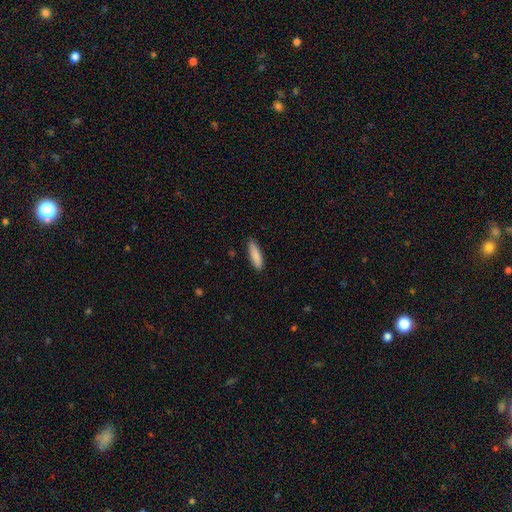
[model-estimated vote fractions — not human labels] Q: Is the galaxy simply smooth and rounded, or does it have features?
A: smooth — 87%.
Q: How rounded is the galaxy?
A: cigar-shaped — 61%.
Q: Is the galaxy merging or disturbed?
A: none — 86%.